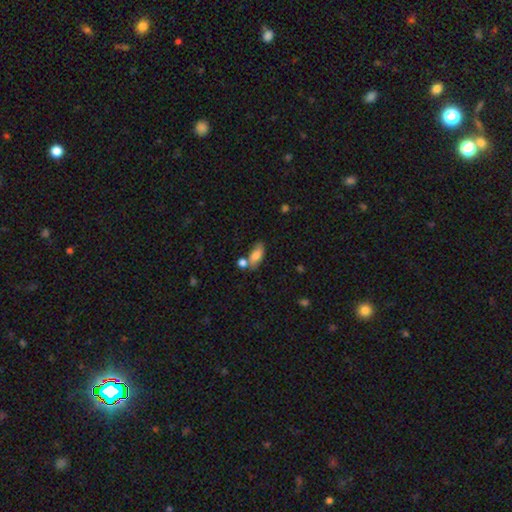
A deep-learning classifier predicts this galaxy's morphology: smooth 75%, featured or disk 17%, star or artifact 8%. Down the decision tree: how rounded — in between (82%); merging — none (51%).